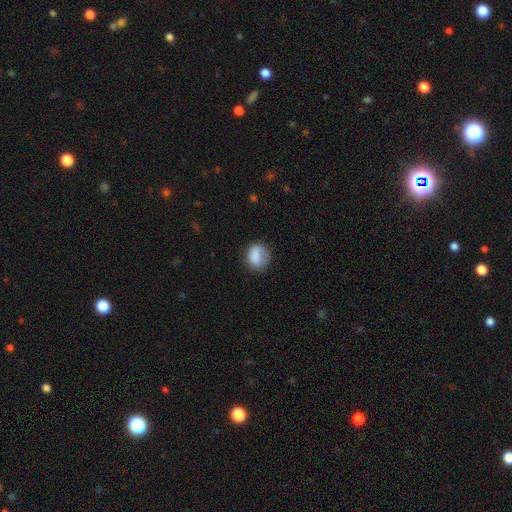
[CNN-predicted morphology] Q: Smooth or featured?
A: smooth (82%); runner-up: featured or disk (10%)
Q: How rounded?
A: round (57%); runner-up: in between (41%)
Q: Merging?
A: none (67%); runner-up: minor disturbance (22%)